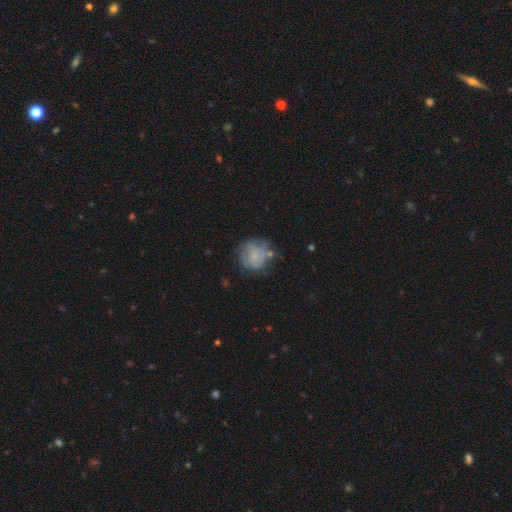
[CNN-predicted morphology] Smooth or featured? Predicted: smooth (p=0.57). How rounded? Predicted: round (p=0.83). Merging? Predicted: none (p=0.50).